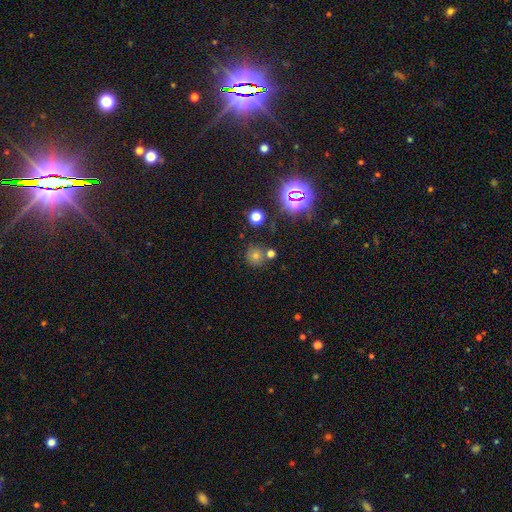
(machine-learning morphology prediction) smooth-or-featured: smooth: 58% | star or artifact: 32% | featured or disk: 10%
  how-rounded: round: 92% | in between: 7% | cigar-shaped: 1%
  merging: none: 75% | merger: 13% | minor disturbance: 9% | major disturbance: 3%